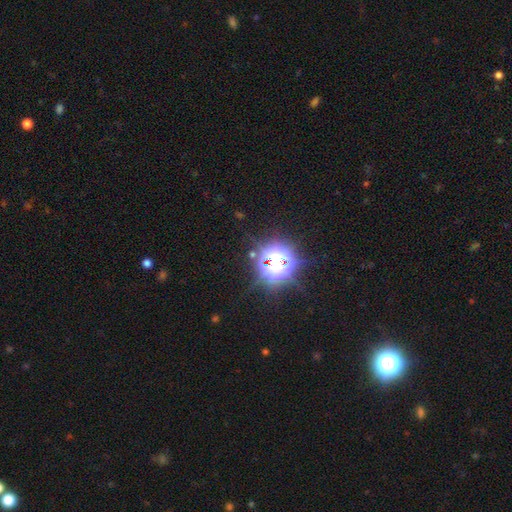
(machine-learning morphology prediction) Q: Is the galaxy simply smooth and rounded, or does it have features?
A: star or artifact — 77%.